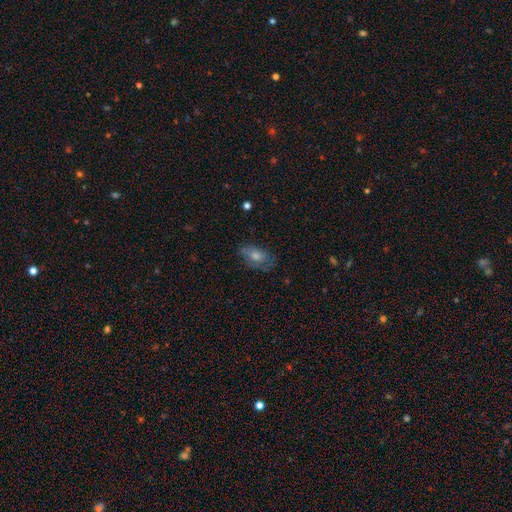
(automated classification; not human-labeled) Overall: smooth (47%; featured or disk 38%). Merging: none (69%).